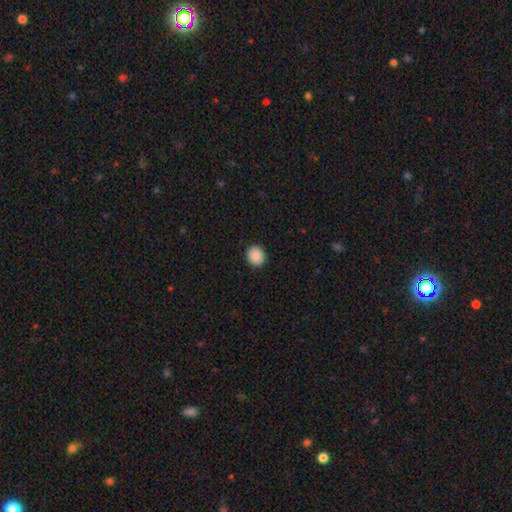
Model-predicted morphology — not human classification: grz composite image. It shows a smooth galaxy with no disk features (90%) that is round (77%). Merging: none (92%).